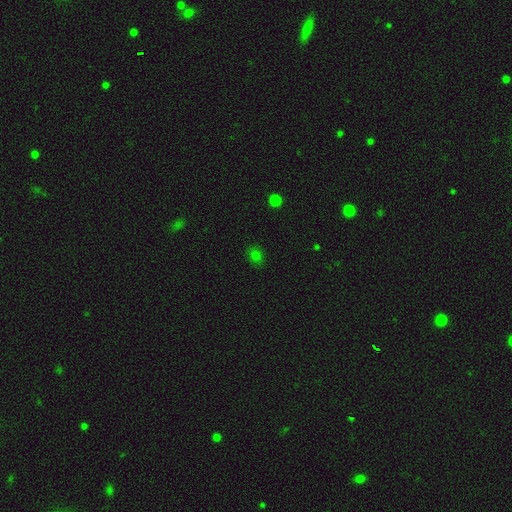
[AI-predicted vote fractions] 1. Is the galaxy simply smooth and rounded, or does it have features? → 73% smooth, 22% star or artifact, 5% featured or disk.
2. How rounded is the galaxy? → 66% round, 33% in between, 1% cigar-shaped.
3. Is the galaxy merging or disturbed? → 86% none, 10% minor disturbance, 3% major disturbance, 2% merger.